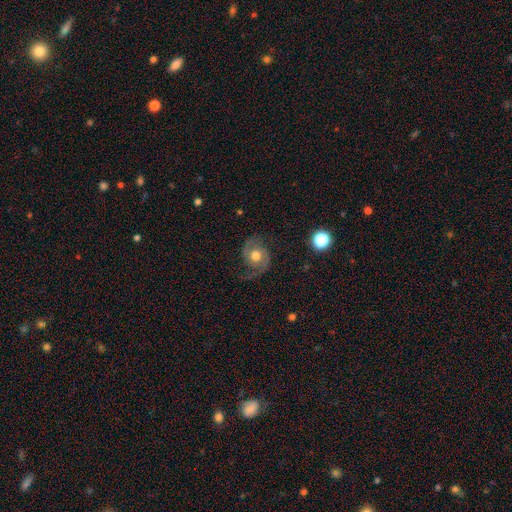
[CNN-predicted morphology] A featured or disk galaxy (81%) with no bar (73%), 2 (91%) medium (52%) spiral arms (95%) and a moderate central bulge (72%).

Vote fractions:
- Smooth or featured? featured or disk: 81% / smooth: 12% / star or artifact: 7%
- Edge-on disk? no: 98% / yes: 2%
- Bar? no: 73% / weak: 23% / strong: 5%
- Spiral arms? yes: 95% / no: 5%
- Spiral winding? medium: 52% / loose: 27% / tight: 21%
- Spiral arm count? 2: 91% / 1: 4% / can't tell: 2% / 3: 1% / 4: 1% / more than 4: 1%
- Bulge size? moderate: 72% / large: 18% / small: 7% / dominant: 2% / none: 1%
- Merging? none: 74% / minor disturbance: 15% / major disturbance: 10% / merger: 1%